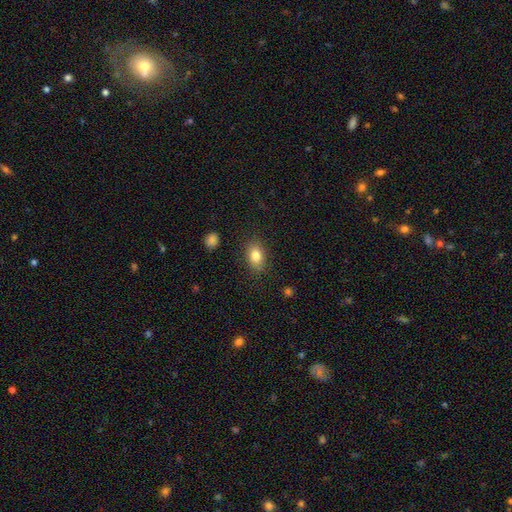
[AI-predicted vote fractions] This is clearly a smooth galaxy (82%). How rounded: clearly in between (80%). Merging: clearly none (85%).